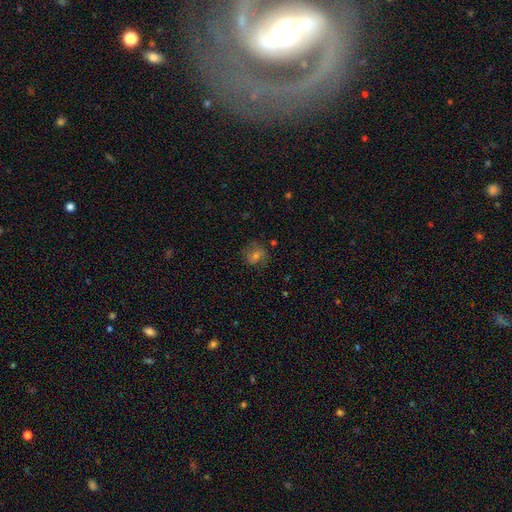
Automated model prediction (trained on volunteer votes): Morphology: type=smooth (53%); roundness=round (69%); merging=none (75%).